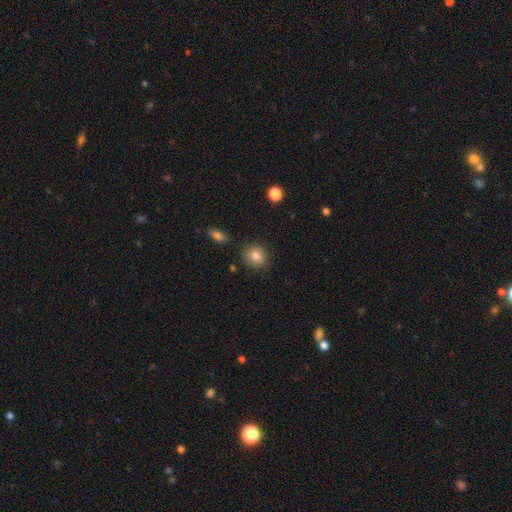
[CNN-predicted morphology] Smooth or featured: smooth — 83% (star or artifact — 9%)
How rounded: round — 77% (in between — 22%)
Merging: none — 84% (minor disturbance — 11%)